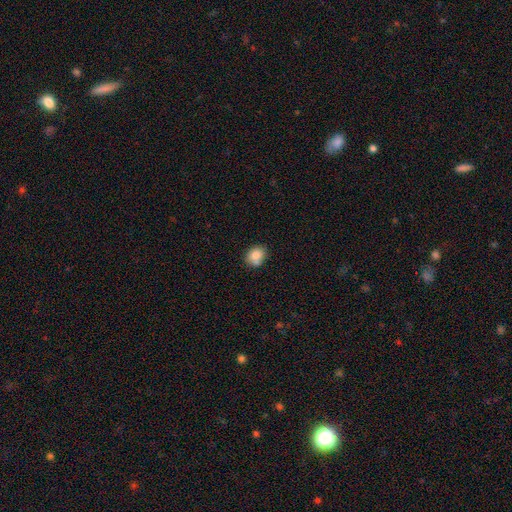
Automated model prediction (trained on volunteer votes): smooth-or-featured: smooth: 81% | featured or disk: 10% | star or artifact: 9%
  how-rounded: round: 52% | in between: 47% | cigar-shaped: 1%
  merging: none: 66% | minor disturbance: 18% | merger: 12% | major disturbance: 4%